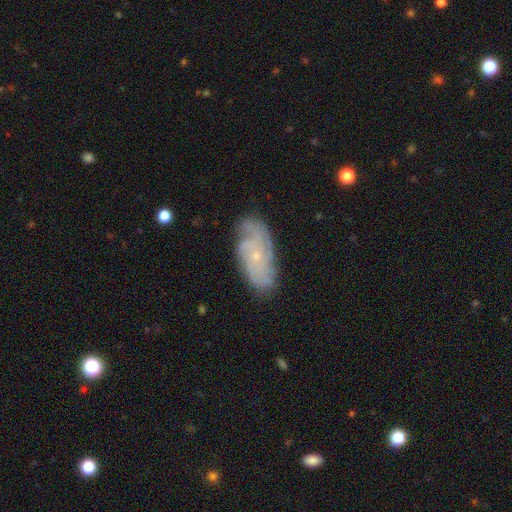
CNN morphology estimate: featured or disk 73%, smooth 20%, star or artifact 7%. Down the decision tree: edge-on disk — no (93%); bar — no (79%); spiral arms — yes (91%); spiral arm count — can't tell (41%); spiral winding — tight (58%); bulge size — small (82%); merging — none (75%).